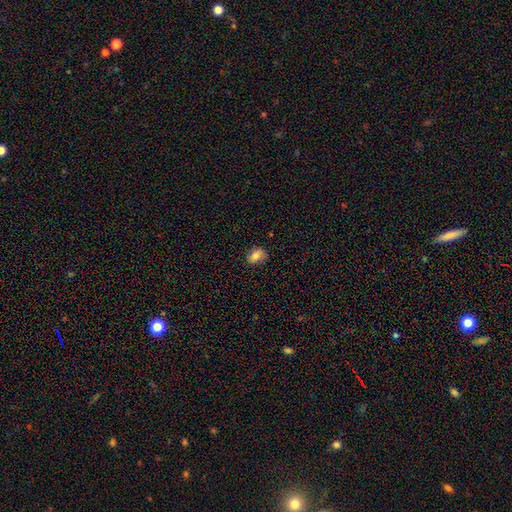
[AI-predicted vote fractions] Smooth or featured?
  - smooth: 82% *
  - star or artifact: 10%
  - featured or disk: 8%
How rounded?
  - in between: 69% *
  - round: 30%
  - cigar-shaped: 1%
Merging?
  - none: 81% *
  - minor disturbance: 16%
  - major disturbance: 3%
  - merger: 1%